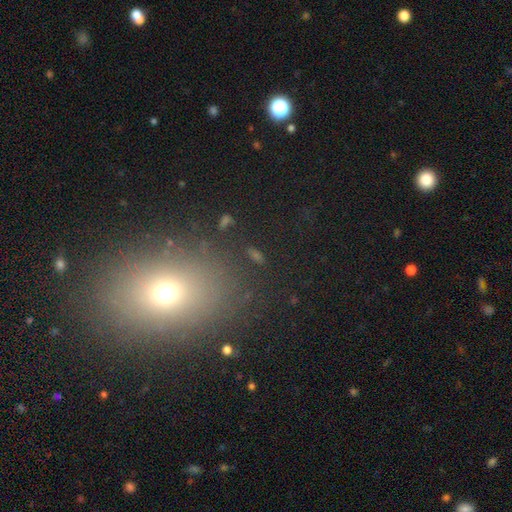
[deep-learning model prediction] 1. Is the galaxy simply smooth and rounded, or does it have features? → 48% smooth, 37% star or artifact, 15% featured or disk.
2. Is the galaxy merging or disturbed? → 79% none, 10% minor disturbance, 6% major disturbance, 5% merger.